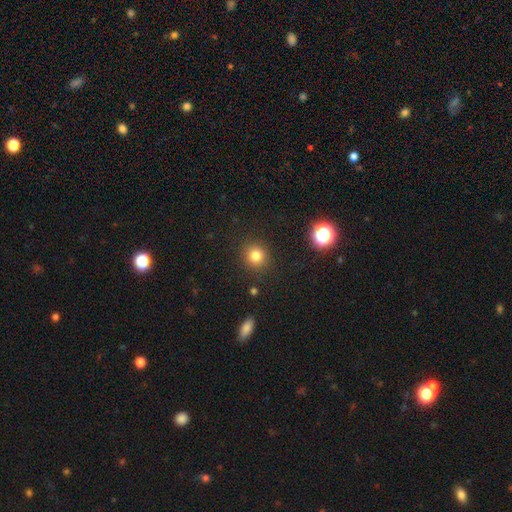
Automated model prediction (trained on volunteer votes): Q: Smooth or featured?
A: smooth (81%); runner-up: star or artifact (14%)
Q: How rounded?
A: round (90%); runner-up: in between (9%)
Q: Merging?
A: none (89%); runner-up: minor disturbance (7%)